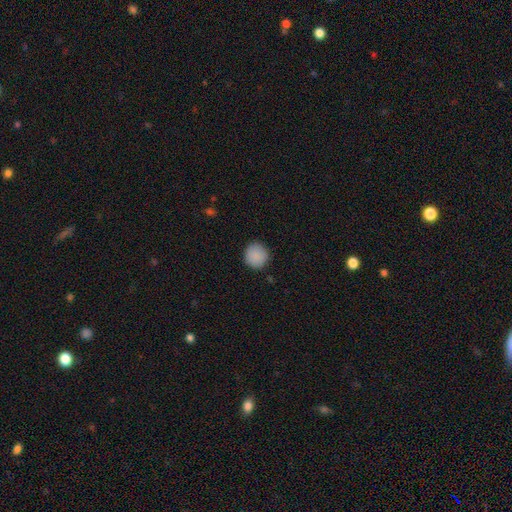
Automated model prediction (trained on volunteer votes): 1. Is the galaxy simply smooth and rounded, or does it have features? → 89% smooth, 8% star or artifact, 3% featured or disk.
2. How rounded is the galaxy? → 92% round, 7% in between, 1% cigar-shaped.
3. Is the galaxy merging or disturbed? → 89% none, 8% minor disturbance, 2% major disturbance, 1% merger.